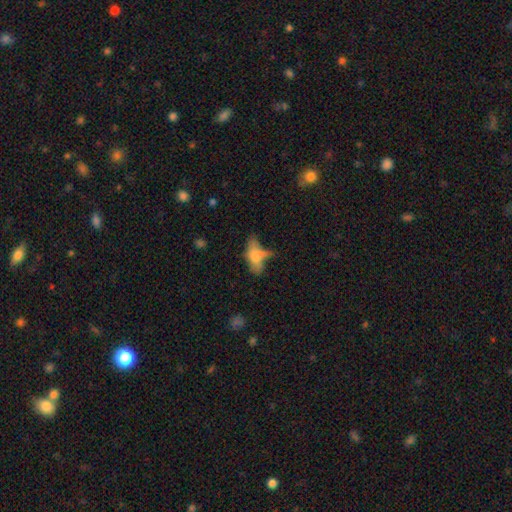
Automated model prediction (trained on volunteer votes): smooth 59%, featured or disk 29%, star or artifact 12%. Down the decision tree: how rounded — in between (75%); merging — none (32%).